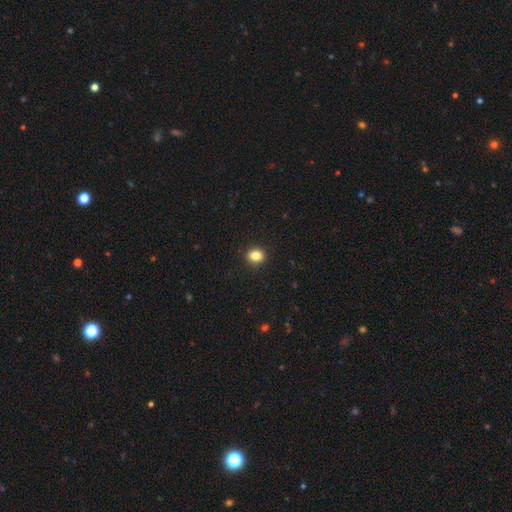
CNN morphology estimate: smooth_or_featured: smooth (p=0.85) [alt: star or artifact p=0.11]
how_rounded: round (p=0.65) [alt: in between p=0.34]
merging: none (p=0.92) [alt: minor disturbance p=0.06]